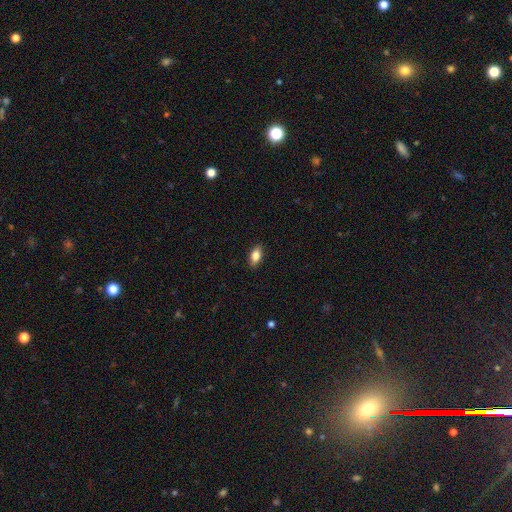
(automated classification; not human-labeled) A smooth galaxy with no disk features (78%) that is in between round and cigar-shaped (86%).

Vote fractions:
- Smooth or featured? smooth: 78% / featured or disk: 15% / star or artifact: 7%
- How rounded? in between: 86% / cigar-shaped: 10% / round: 4%
- Merging? none: 88% / minor disturbance: 9% / major disturbance: 2% / merger: 1%